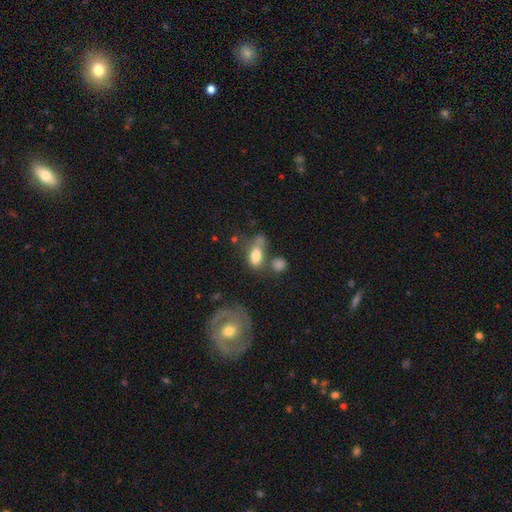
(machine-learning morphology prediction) Overall: smooth (74%). How rounded: in between (84%). Merging: none (34%; minor disturbance 23%).